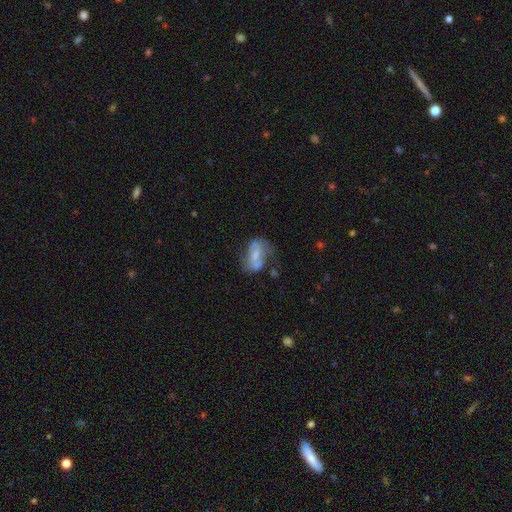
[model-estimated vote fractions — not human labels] smooth_or_featured: featured or disk (p=0.50) [alt: smooth p=0.41]
merging: none (p=0.39) [alt: minor disturbance p=0.25]